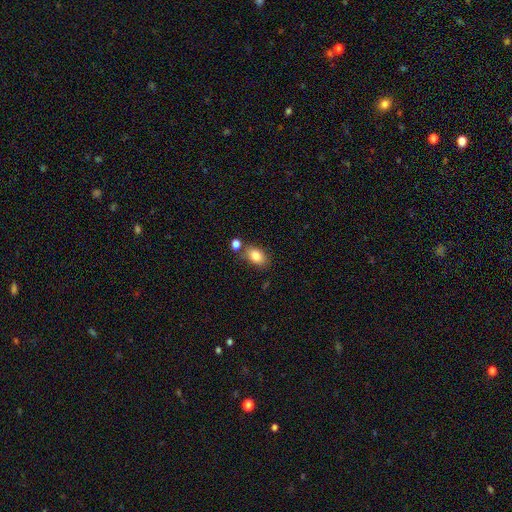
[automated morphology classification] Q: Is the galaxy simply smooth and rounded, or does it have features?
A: smooth — 83%.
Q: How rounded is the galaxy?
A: in between — 84%.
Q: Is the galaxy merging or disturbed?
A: none — 66%.